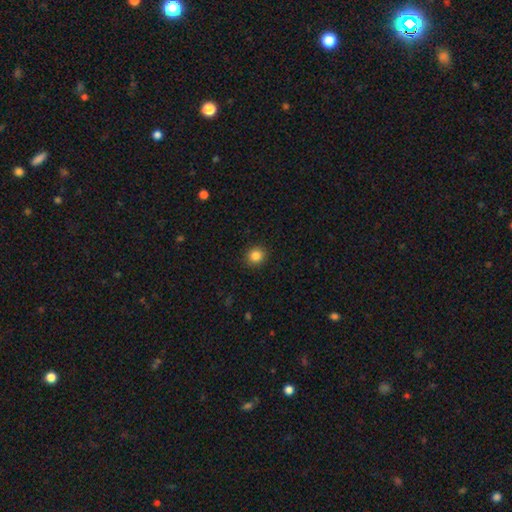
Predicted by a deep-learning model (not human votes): Smooth or featured? smooth (85%)
How rounded? round (88%)
Merging? none (91%)